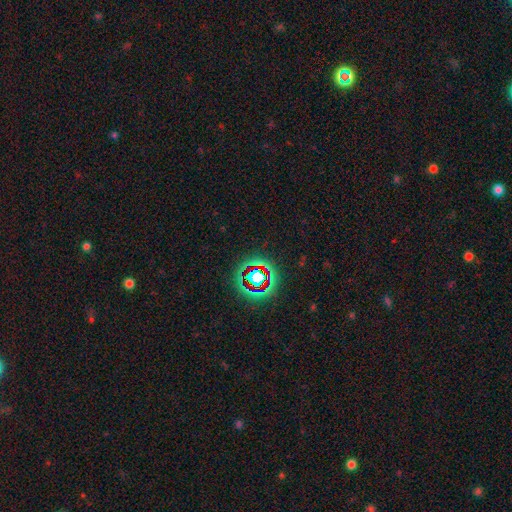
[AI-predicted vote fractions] Q: Smooth or featured?
A: star or artifact (56%); runner-up: smooth (22%)